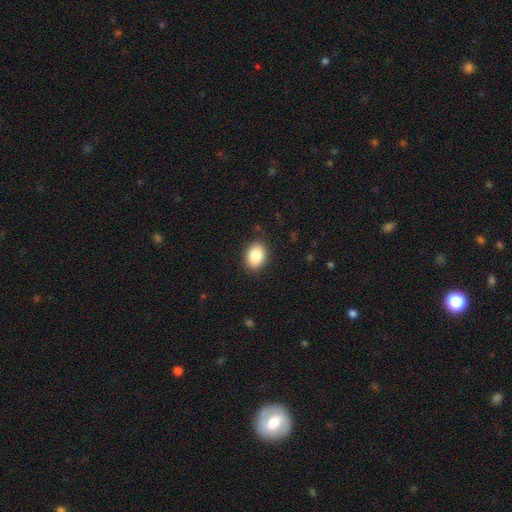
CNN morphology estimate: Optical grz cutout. It shows a smooth galaxy with no disk features (86%) that is in between round and cigar-shaped (72%). Merging: none (88%).